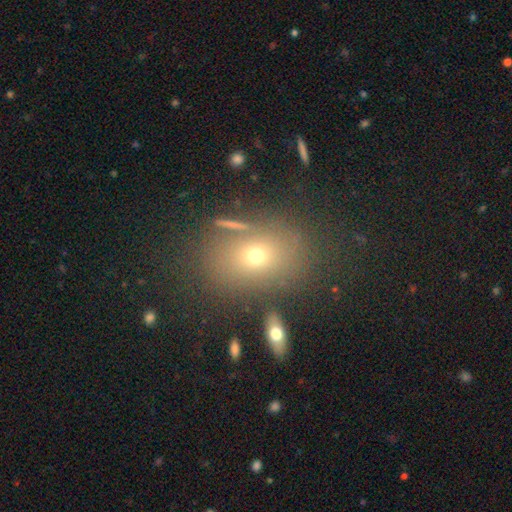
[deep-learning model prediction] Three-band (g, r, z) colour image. It shows a smooth galaxy with no disk features (61%) that is in between round and cigar-shaped (65%). Merging: none (74%).